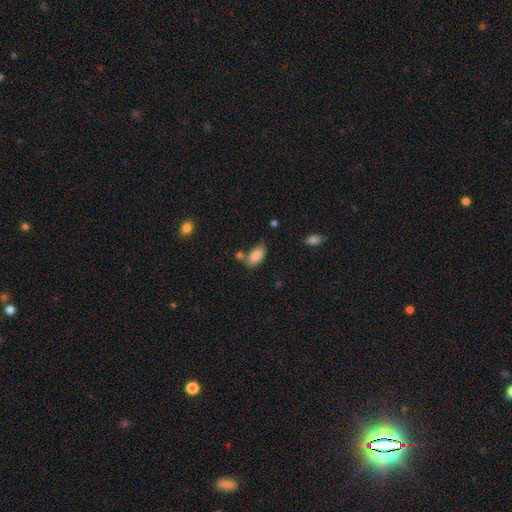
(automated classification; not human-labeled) Q: Smooth or featured?
A: smooth (86%); runner-up: star or artifact (8%)
Q: How rounded?
A: in between (93%); runner-up: round (4%)
Q: Merging?
A: none (55%); runner-up: minor disturbance (22%)